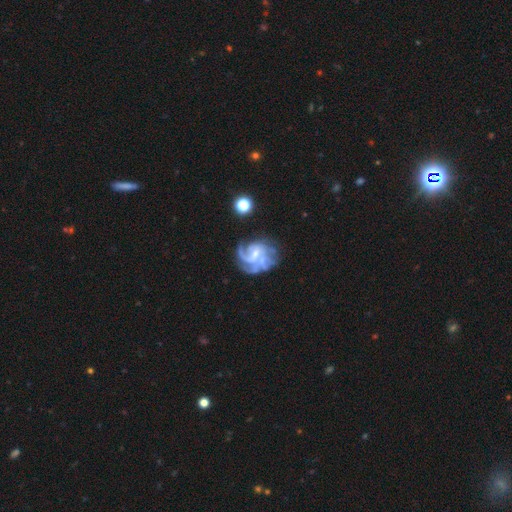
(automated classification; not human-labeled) The model was most divided on "spiral arm count": can't tell: 27%, 3: 25%, 2: 24%, 1: 12%, 4: 7%, more than 4: 5%. Remaining: edge-on disk — no (98%); spiral arms — yes (92%); smooth or featured — featured or disk (84%); bulge size — small (51%); bar — weak (48%); merging — none (47%); spiral winding — medium (43%).